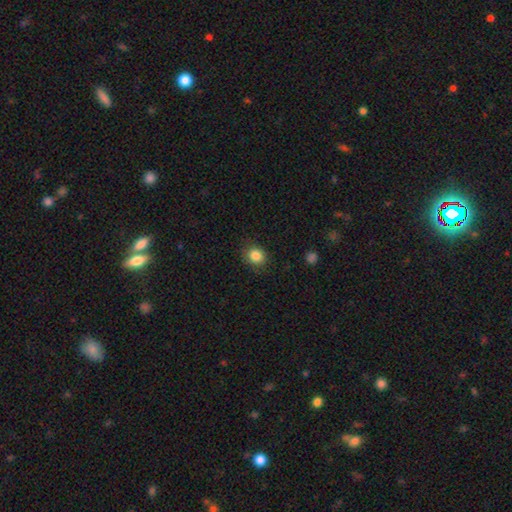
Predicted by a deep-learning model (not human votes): This appears to be a smooth galaxy with no disk features (85%) that is round (72%). Merging: none (84%).